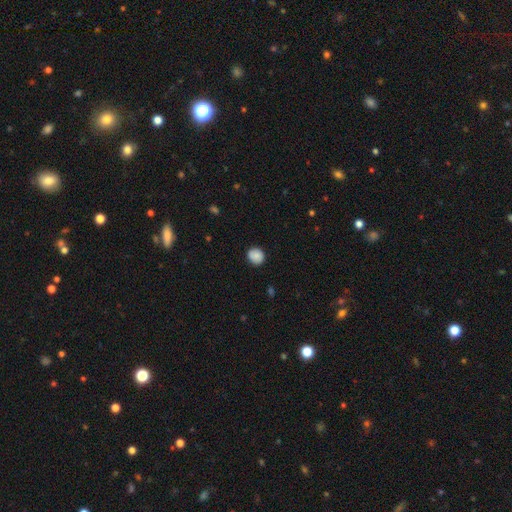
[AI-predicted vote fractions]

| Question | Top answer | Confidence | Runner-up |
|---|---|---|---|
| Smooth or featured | smooth | 87% | star or artifact (8%) |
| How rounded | round | 82% | in between (17%) |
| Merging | none | 86% | minor disturbance (11%) |